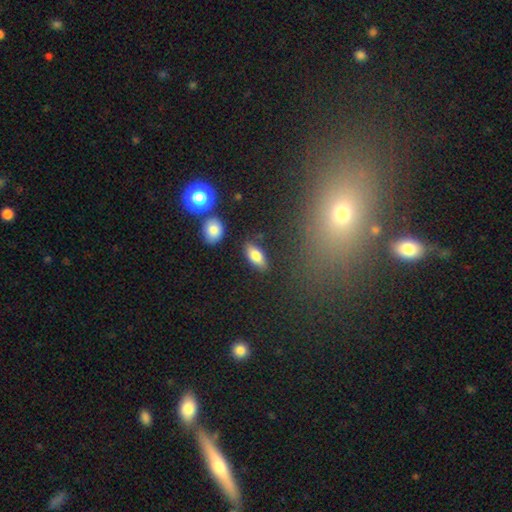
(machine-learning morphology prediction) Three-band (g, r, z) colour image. It shows a smooth galaxy with no disk features (78%) that is in between round and cigar-shaped (82%). Merging: none (83%).